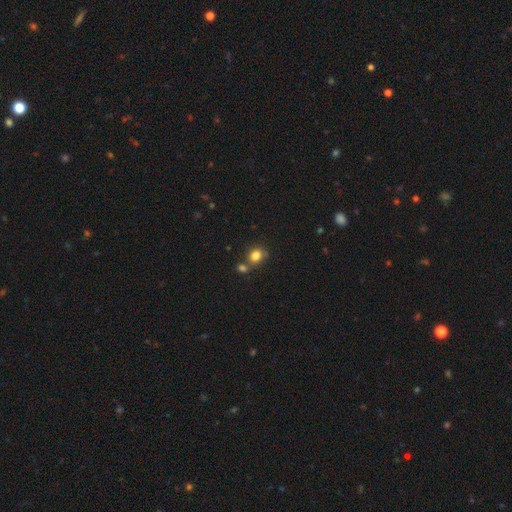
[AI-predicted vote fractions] The model was most divided on "merging": none: 61%, merger: 24%, minor disturbance: 12%, major disturbance: 4%. More confident: smooth or featured — smooth (82%); how rounded — round (73%).